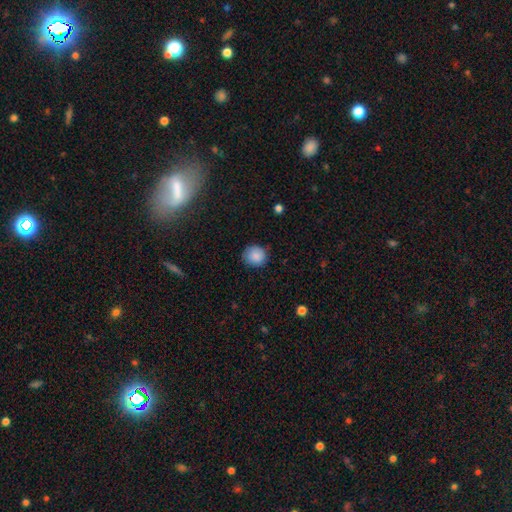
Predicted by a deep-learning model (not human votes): This appears to be a smooth galaxy with no disk features (87%) that is round (87%). Merging: none (82%).